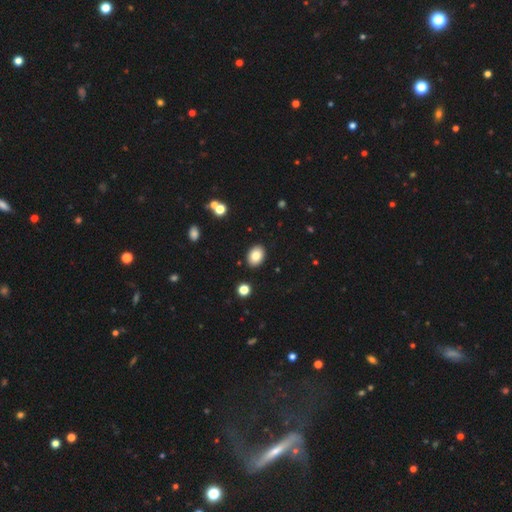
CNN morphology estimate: Smooth or featured? smooth (83%)
How rounded? in between (77%)
Merging? none (89%)